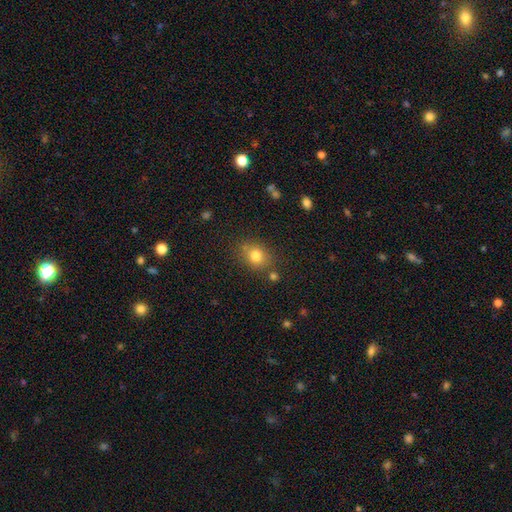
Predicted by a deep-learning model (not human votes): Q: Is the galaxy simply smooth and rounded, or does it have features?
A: smooth — 79%.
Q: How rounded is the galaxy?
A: round — 60%.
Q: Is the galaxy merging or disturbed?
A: none — 75%.